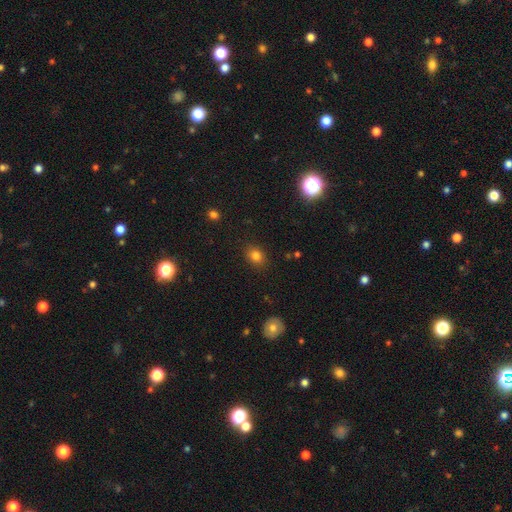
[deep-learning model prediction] smooth_or_featured: smooth (p=0.81) [alt: star or artifact p=0.13]
how_rounded: in between (p=0.55) [alt: round p=0.44]
merging: none (p=0.86) [alt: minor disturbance p=0.10]